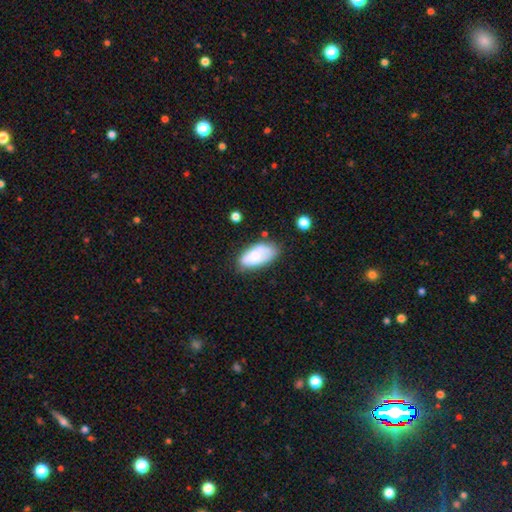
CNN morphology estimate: Smooth or featured: smooth — 72% (featured or disk — 21%)
How rounded: in between — 93% (cigar-shaped — 5%)
Merging: none — 59% (minor disturbance — 27%)